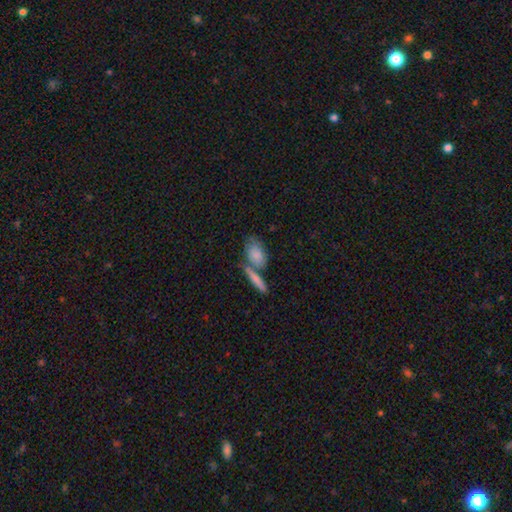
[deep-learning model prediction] A smooth galaxy with no disk features (78%) that is in between round and cigar-shaped (79%). Merging: none (48%).